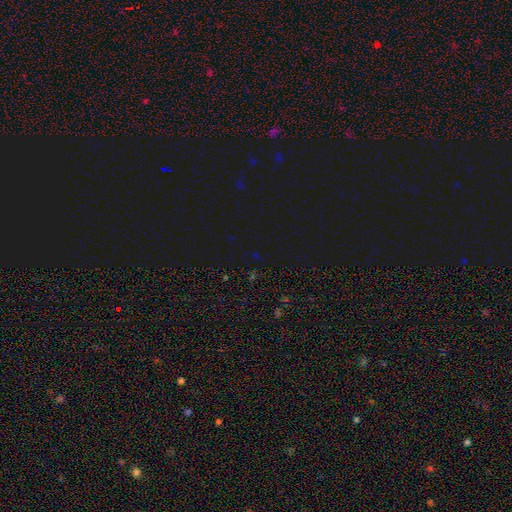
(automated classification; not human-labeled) star or artifact 74%, smooth 18%, featured or disk 7%.